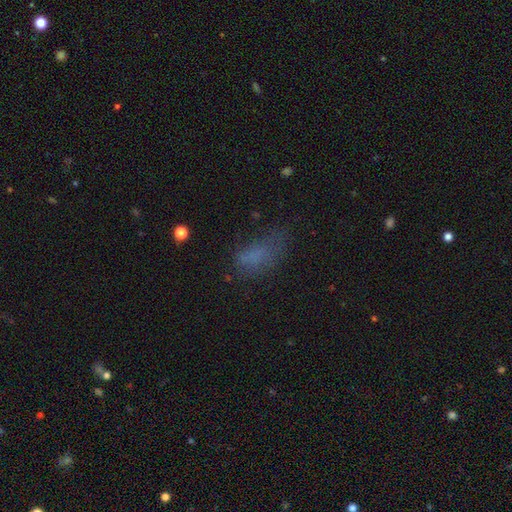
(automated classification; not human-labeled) This is likely a smooth galaxy (65%). How rounded: clearly in between (82%). Merging: possibly none (47%).